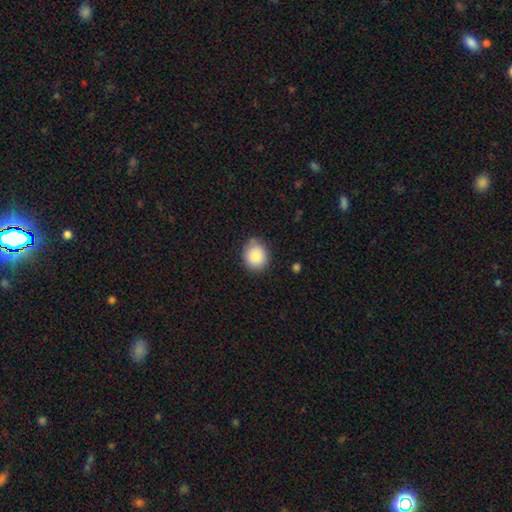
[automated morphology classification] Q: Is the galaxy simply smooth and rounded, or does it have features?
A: smooth — 84%.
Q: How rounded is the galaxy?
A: round — 73%.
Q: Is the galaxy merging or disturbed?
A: none — 78%.